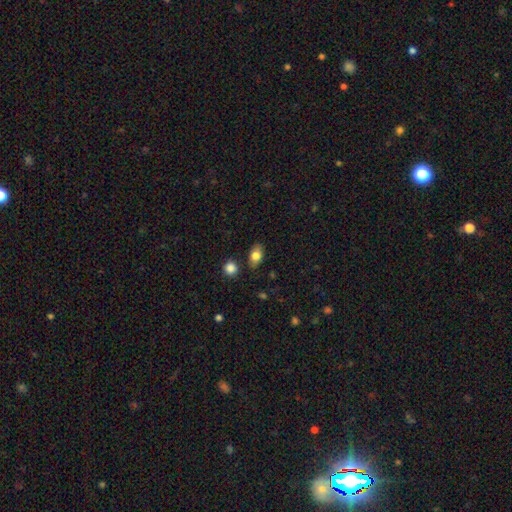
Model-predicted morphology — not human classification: A smooth galaxy with no disk features (80%) that is in between round and cigar-shaped (85%).

Vote fractions:
- Smooth or featured? smooth: 80% / featured or disk: 12% / star or artifact: 8%
- How rounded? in between: 85% / round: 13% / cigar-shaped: 2%
- Merging? none: 83% / minor disturbance: 11% / merger: 3% / major disturbance: 2%